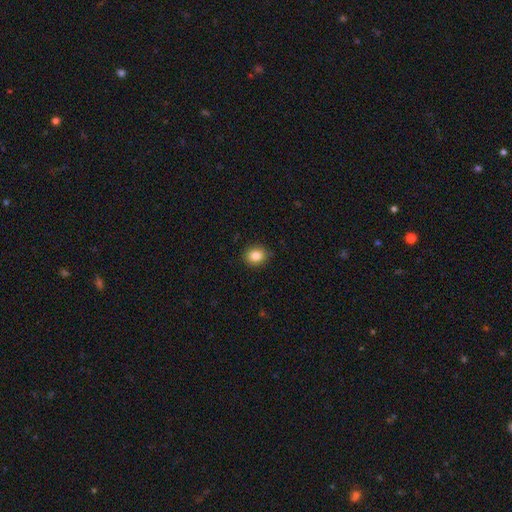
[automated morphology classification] This is clearly a smooth galaxy (85%). How rounded: likely round (63%). Merging: clearly none (87%).